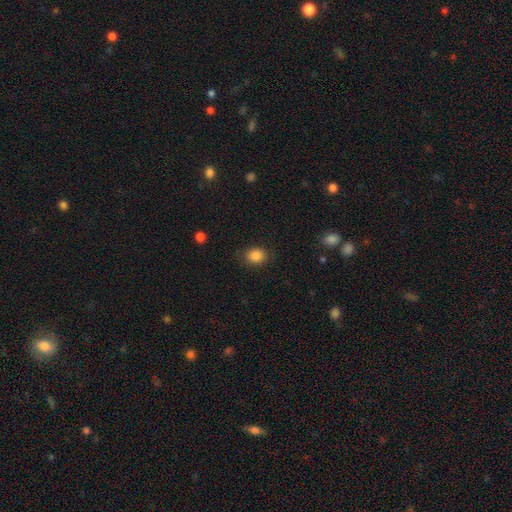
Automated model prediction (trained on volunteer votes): A smooth galaxy with no disk features (86%) that is round (58%).

Vote fractions:
- Smooth or featured? smooth: 86% / star or artifact: 10% / featured or disk: 4%
- How rounded? round: 58% / in between: 41% / cigar-shaped: 1%
- Merging? none: 83% / minor disturbance: 12% / major disturbance: 3% / merger: 1%